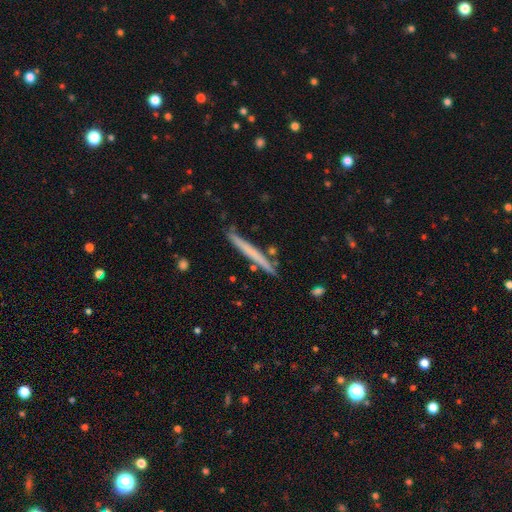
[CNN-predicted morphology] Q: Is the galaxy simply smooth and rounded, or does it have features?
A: smooth — 54%.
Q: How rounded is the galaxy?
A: cigar-shaped — 97%.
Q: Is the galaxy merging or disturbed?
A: none — 85%.